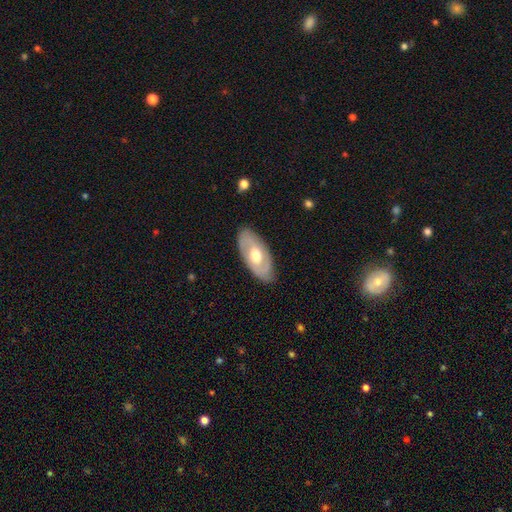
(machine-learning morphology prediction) Q: Smooth or featured?
A: featured or disk (66%); runner-up: smooth (30%)
Q: Edge-on disk?
A: no (88%); runner-up: yes (12%)
Q: Bar?
A: no (60%); runner-up: weak (32%)
Q: Spiral arms?
A: yes (65%); runner-up: no (35%)
Q: Bulge size?
A: moderate (74%); runner-up: large (14%)
Q: Merging?
A: none (83%); runner-up: minor disturbance (13%)